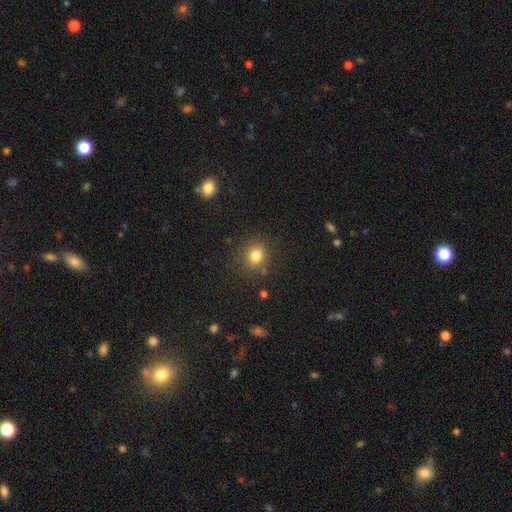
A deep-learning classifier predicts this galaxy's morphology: A smooth galaxy with no disk features (80%) that is round (81%).

Vote fractions:
- Smooth or featured? smooth: 80% / star or artifact: 13% / featured or disk: 6%
- How rounded? round: 81% / in between: 18% / cigar-shaped: 1%
- Merging? none: 82% / minor disturbance: 10% / major disturbance: 4% / merger: 4%